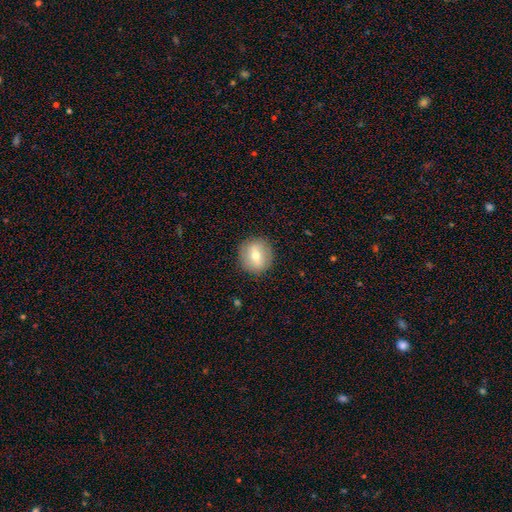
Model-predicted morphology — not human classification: Q: Smooth or featured?
A: smooth (56%); runner-up: featured or disk (35%)
Q: How rounded?
A: round (87%); runner-up: in between (12%)
Q: Merging?
A: none (88%); runner-up: minor disturbance (8%)